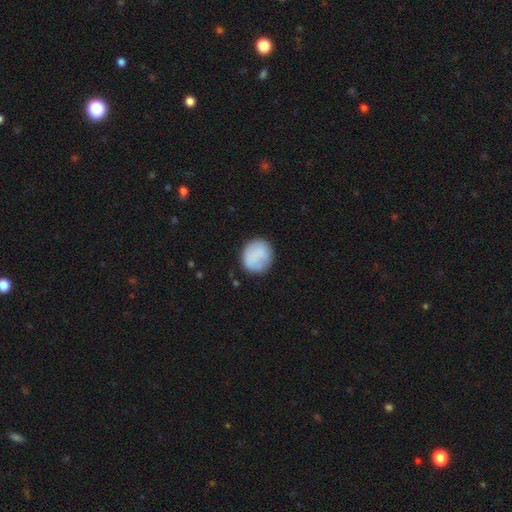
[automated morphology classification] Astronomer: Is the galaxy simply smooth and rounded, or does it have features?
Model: smooth — 83%.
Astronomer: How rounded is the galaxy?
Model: round — 86%.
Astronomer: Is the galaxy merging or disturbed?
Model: none — 79%.